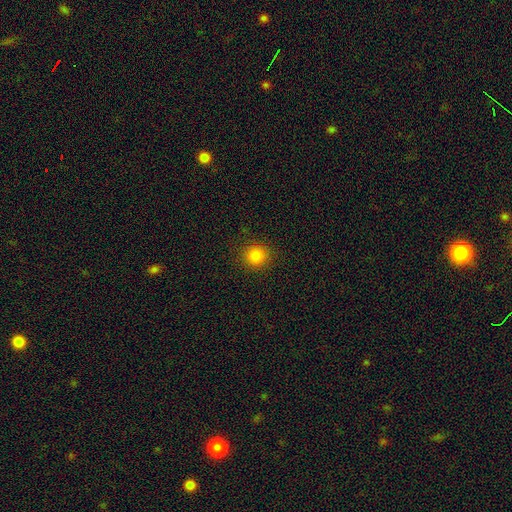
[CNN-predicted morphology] Smooth or featured?
  - smooth: 83% *
  - star or artifact: 13%
  - featured or disk: 4%
How rounded?
  - round: 91% *
  - in between: 8%
  - cigar-shaped: 1%
Merging?
  - none: 91% *
  - minor disturbance: 6%
  - major disturbance: 2%
  - merger: 1%